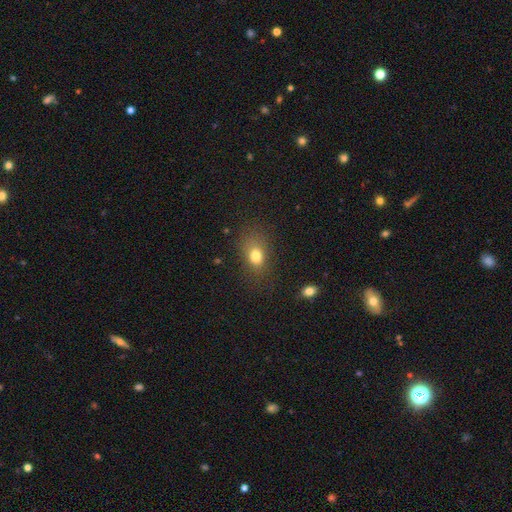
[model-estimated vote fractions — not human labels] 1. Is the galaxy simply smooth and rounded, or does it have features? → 78% smooth, 13% star or artifact, 10% featured or disk.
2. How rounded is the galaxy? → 65% in between, 33% round, 2% cigar-shaped.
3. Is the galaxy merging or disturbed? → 68% none, 19% minor disturbance, 11% major disturbance, 2% merger.